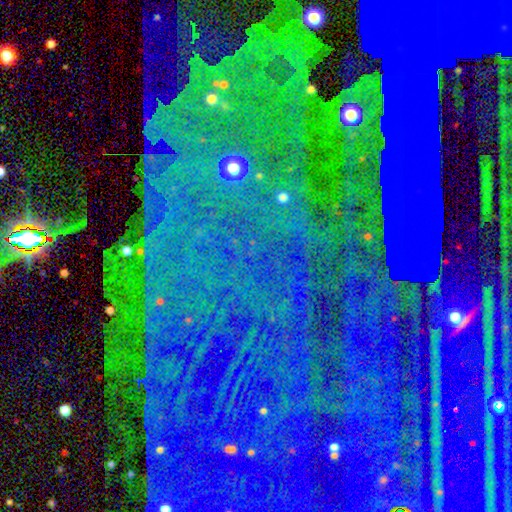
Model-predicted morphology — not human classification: Smooth or featured? Predicted: star or artifact (p=0.83).